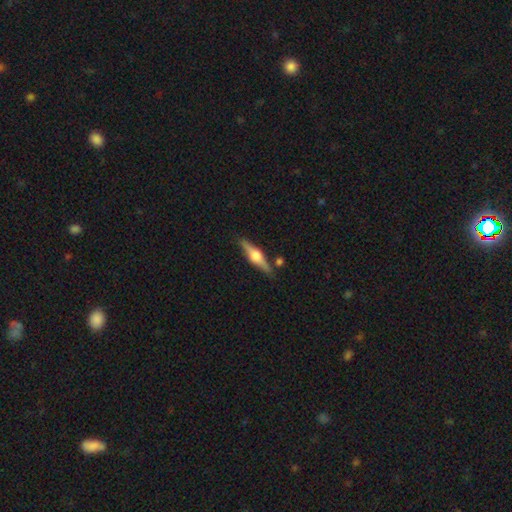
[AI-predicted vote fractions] Smooth or featured: featured or disk — 74% (smooth — 20%)
Edge-on disk: yes — 97% (no — 3%)
Edge-on bulge: rounded — 93% (boxy — 5%)
Merging: none — 84% (minor disturbance — 10%)